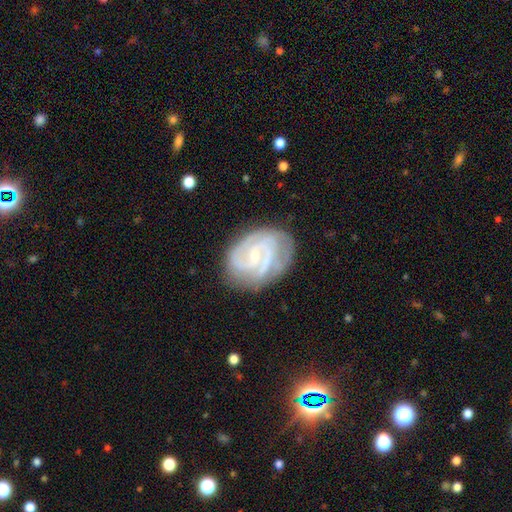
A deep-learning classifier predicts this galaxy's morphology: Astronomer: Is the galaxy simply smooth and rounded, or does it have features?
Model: featured or disk — 86%.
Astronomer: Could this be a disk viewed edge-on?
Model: no — 98%.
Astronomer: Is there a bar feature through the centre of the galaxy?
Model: weak — 51% (runner-up: no, 31%).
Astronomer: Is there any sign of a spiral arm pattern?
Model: yes — 96%.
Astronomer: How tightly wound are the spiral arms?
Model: tight — 55% (runner-up: medium, 37%).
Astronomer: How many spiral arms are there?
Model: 2 — 47%.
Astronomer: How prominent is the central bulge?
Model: small — 73%.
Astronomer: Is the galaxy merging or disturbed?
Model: none — 74%.